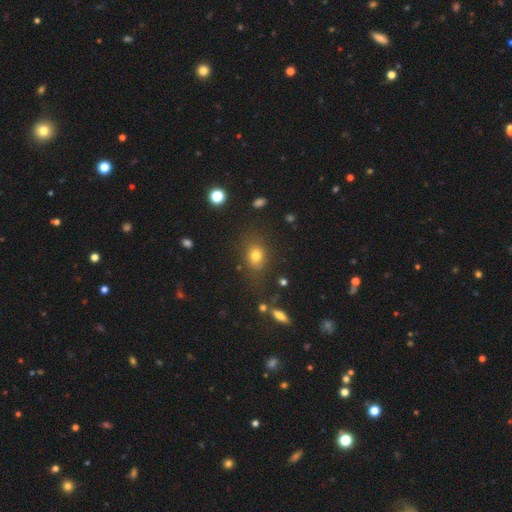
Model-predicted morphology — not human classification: The model was most divided on "how rounded": in between: 52%, round: 46%, cigar-shaped: 2%. More confident: smooth or featured — smooth (75%); merging — none (75%).